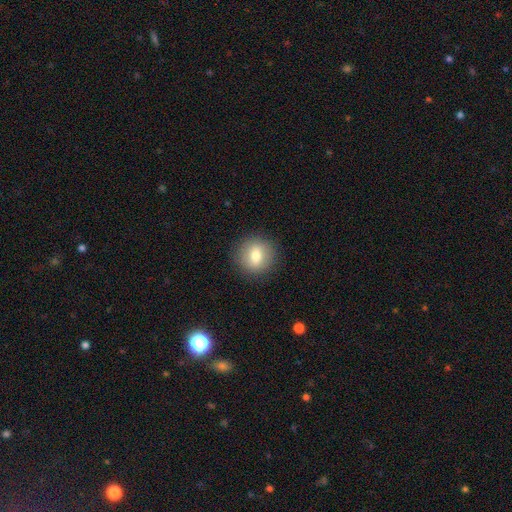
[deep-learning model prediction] This appears to be a smooth galaxy with no disk features (74%) that is round (89%). Merging: none (89%).